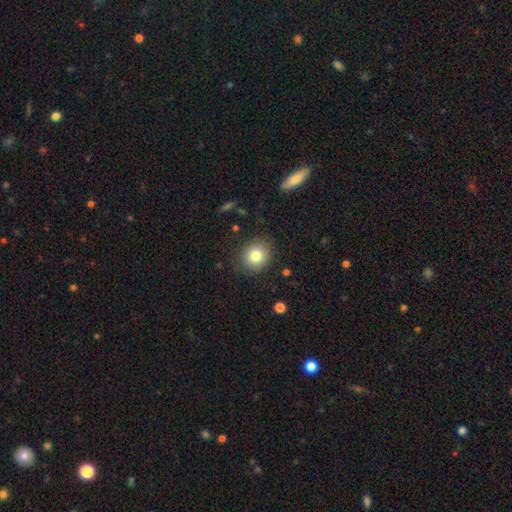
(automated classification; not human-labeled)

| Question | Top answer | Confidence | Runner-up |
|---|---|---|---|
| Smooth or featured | smooth | 82% | star or artifact (10%) |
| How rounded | round | 81% | in between (18%) |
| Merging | none | 87% | minor disturbance (9%) |